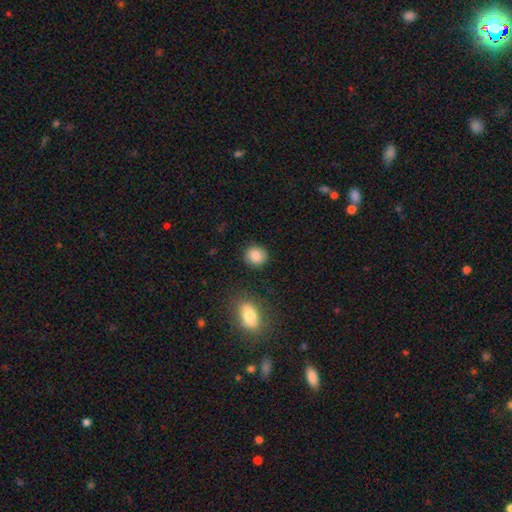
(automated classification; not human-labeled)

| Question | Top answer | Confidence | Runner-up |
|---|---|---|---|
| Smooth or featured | smooth | 85% | star or artifact (9%) |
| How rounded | round | 80% | in between (19%) |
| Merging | none | 87% | minor disturbance (8%) |